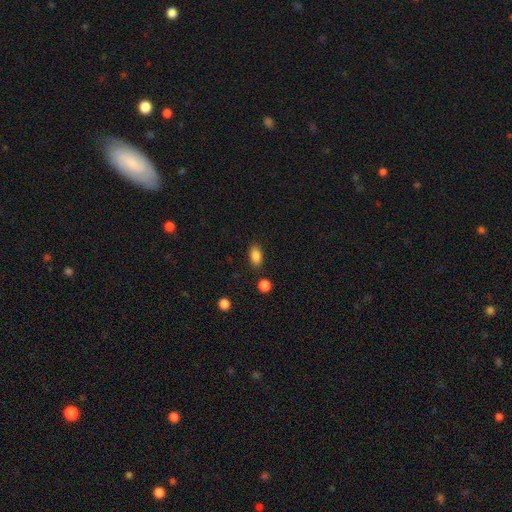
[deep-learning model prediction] smooth_or_featured: smooth (p=0.86) [alt: star or artifact p=0.09]
how_rounded: in between (p=0.89) [alt: round p=0.08]
merging: none (p=0.83) [alt: minor disturbance p=0.11]